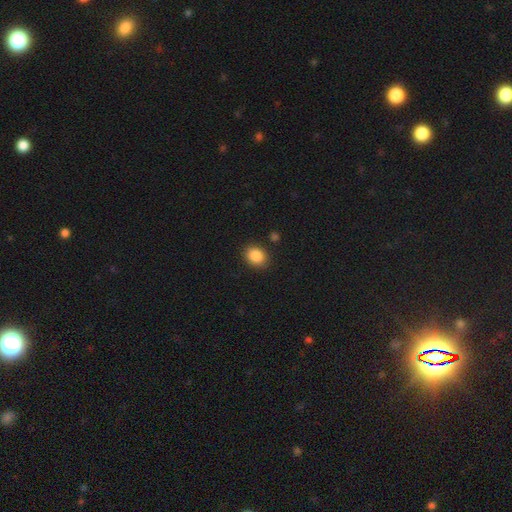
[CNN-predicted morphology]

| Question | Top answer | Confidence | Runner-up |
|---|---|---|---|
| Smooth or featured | smooth | 87% | star or artifact (9%) |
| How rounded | round | 54% | in between (45%) |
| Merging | none | 87% | minor disturbance (9%) |